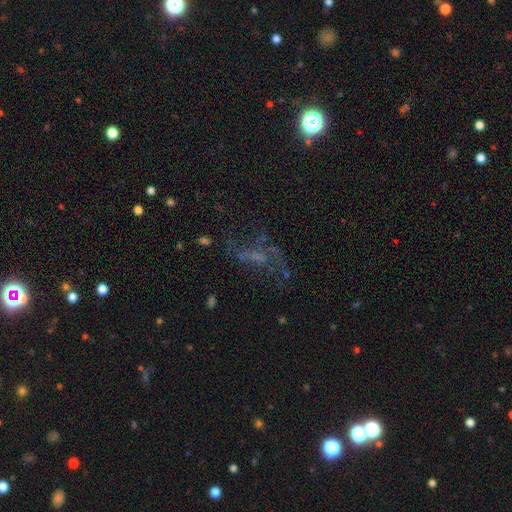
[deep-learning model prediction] Morphology: type=featured or disk (49%); merging=none (44%).